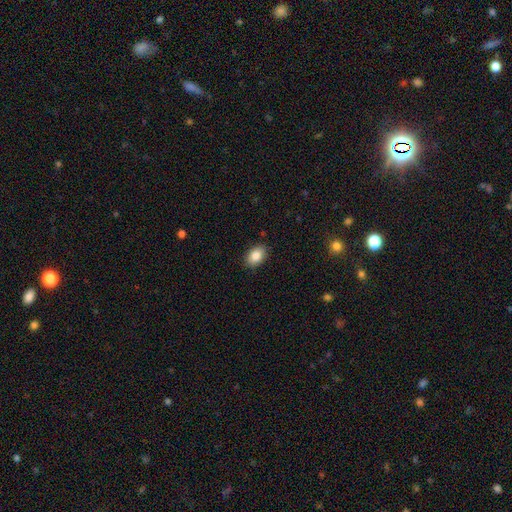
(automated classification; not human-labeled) This appears to be a smooth galaxy with no disk features (86%) that is in between round and cigar-shaped (86%). Merging: none (87%).